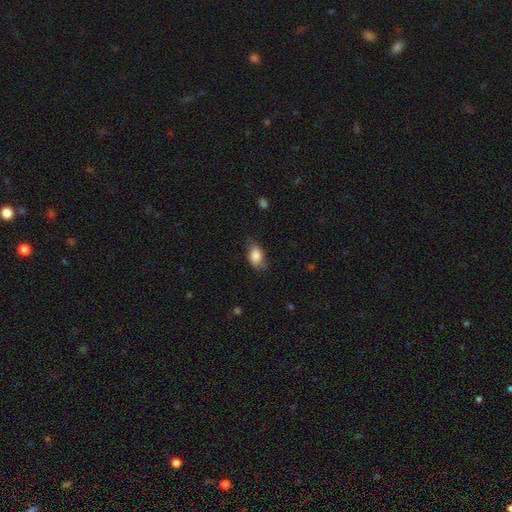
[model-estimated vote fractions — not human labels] Smooth or featured? Predicted: smooth (p=0.78). How rounded? Predicted: in between (p=0.86). Merging? Predicted: none (p=0.61).